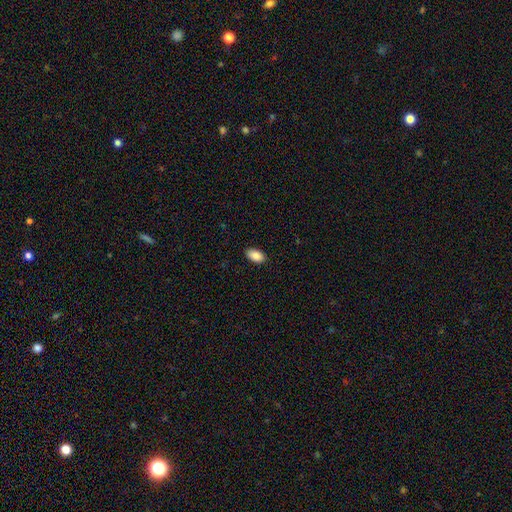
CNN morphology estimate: type=smooth (88%); roundness=in between (94%); merging=none (88%).